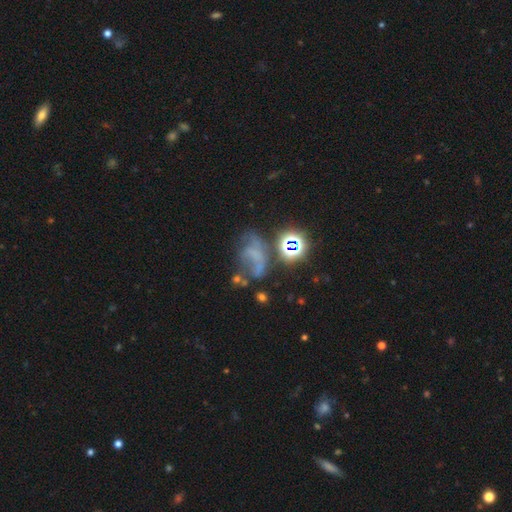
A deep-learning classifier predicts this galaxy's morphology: smooth_or_featured: featured or disk (p=0.39) [alt: star or artifact p=0.35]
merging: major disturbance (p=0.33) [alt: none p=0.30]